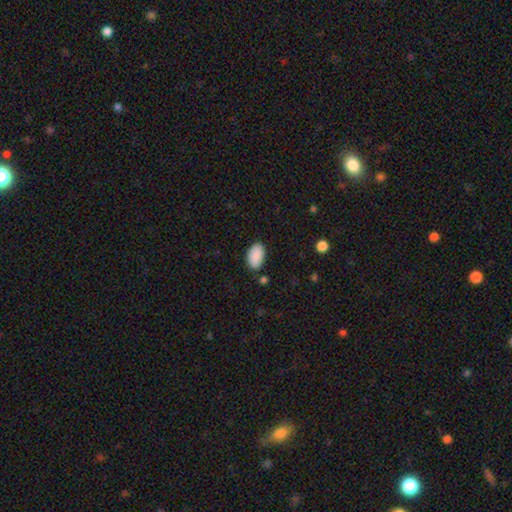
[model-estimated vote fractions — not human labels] This is clearly a smooth galaxy (90%). How rounded: clearly in between (95%). Merging: clearly none (82%).